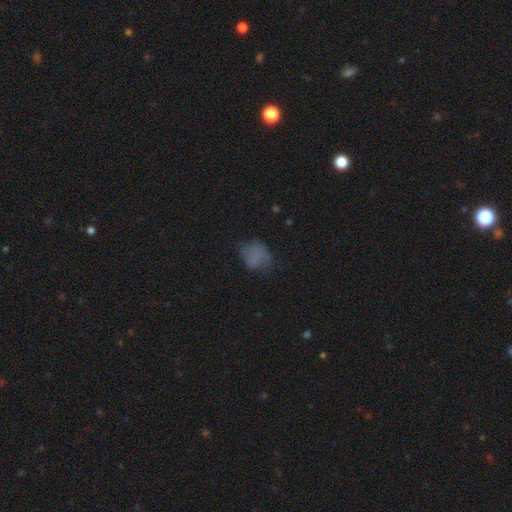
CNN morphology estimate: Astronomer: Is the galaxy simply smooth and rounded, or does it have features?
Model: smooth — 67%.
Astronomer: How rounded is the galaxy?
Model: in between — 52% (runner-up: round, 46%).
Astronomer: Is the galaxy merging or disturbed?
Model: none — 53% (runner-up: minor disturbance, 28%).